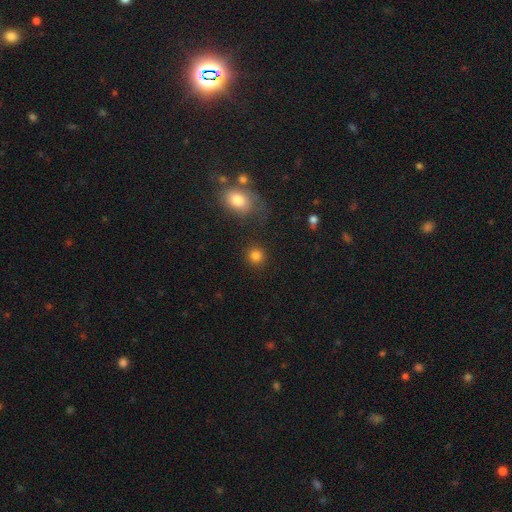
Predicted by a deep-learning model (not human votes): Smooth or featured: smooth — 84% (star or artifact — 11%)
How rounded: round — 90% (in between — 9%)
Merging: none — 86% (minor disturbance — 7%)